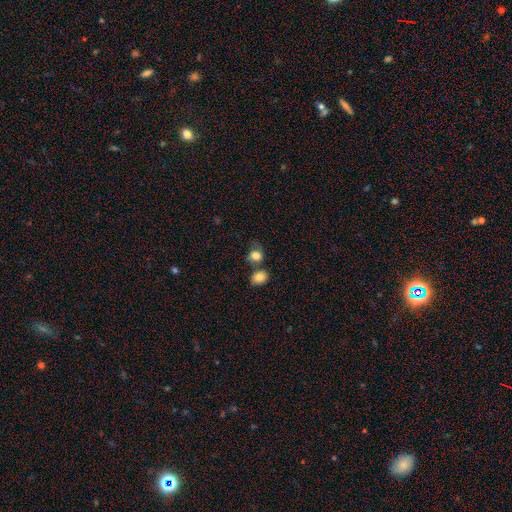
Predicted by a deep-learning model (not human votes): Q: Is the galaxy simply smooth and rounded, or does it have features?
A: smooth — 82%.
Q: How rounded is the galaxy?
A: round — 59%.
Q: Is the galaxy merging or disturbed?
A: none — 43%.